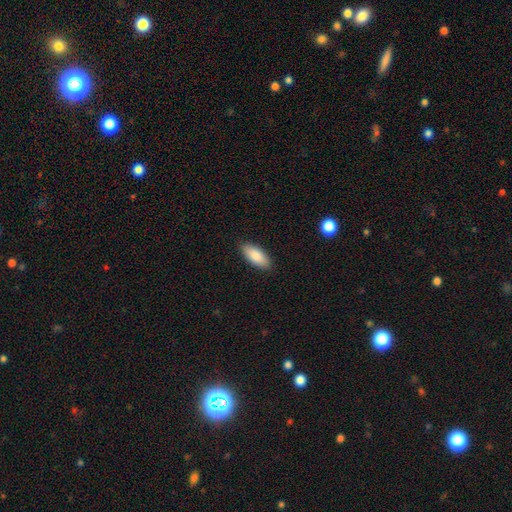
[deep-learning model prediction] This is clearly a smooth galaxy (86%). How rounded: clearly in between (86%). Merging: clearly none (87%).